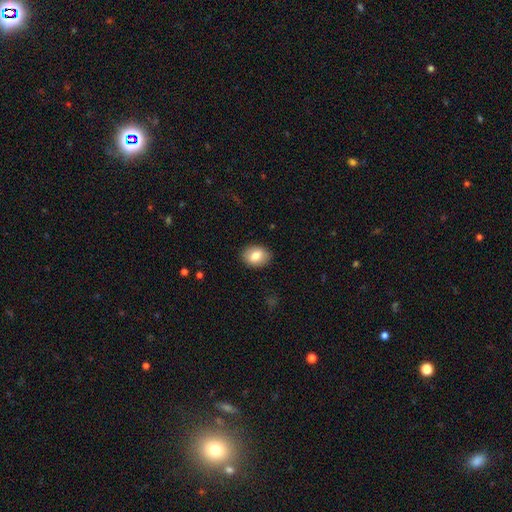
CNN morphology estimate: type=smooth (81%); roundness=in between (68%); merging=none (89%).